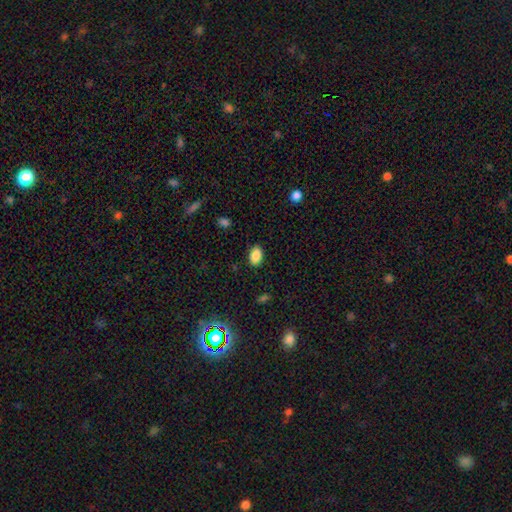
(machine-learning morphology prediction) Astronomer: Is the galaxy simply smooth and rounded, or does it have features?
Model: smooth — 86%.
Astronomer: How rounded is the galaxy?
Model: in between — 88%.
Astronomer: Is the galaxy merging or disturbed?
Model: none — 86%.